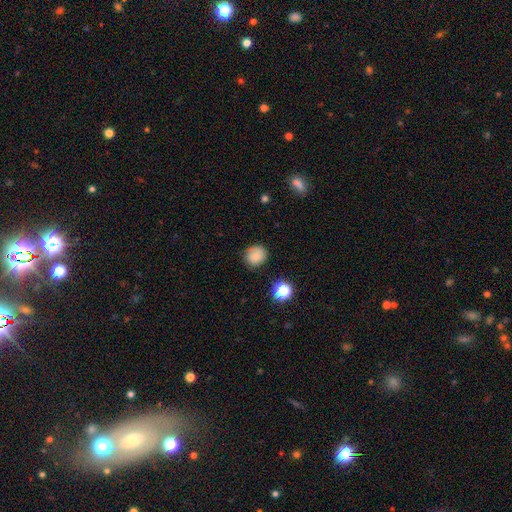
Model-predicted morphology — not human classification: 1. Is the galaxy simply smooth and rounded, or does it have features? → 80% smooth, 12% star or artifact, 8% featured or disk.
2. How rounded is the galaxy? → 86% round, 13% in between, 1% cigar-shaped.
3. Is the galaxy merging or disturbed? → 79% none, 15% minor disturbance, 4% major disturbance, 2% merger.